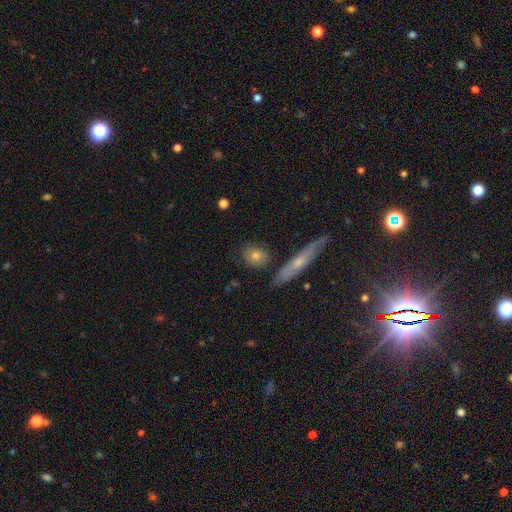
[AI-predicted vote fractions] Smooth or featured: smooth — 73% (featured or disk — 19%)
How rounded: round — 56% (in between — 30%)
Merging: none — 80% (minor disturbance — 12%)